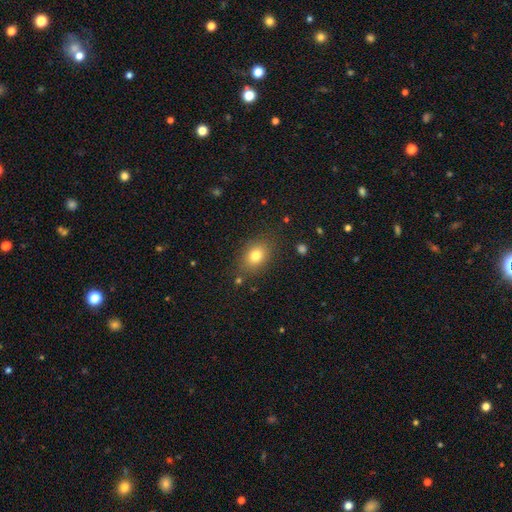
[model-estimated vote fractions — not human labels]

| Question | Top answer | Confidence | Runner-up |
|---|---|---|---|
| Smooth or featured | smooth | 78% | star or artifact (11%) |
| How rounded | in between | 69% | round (30%) |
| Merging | none | 80% | minor disturbance (13%) |